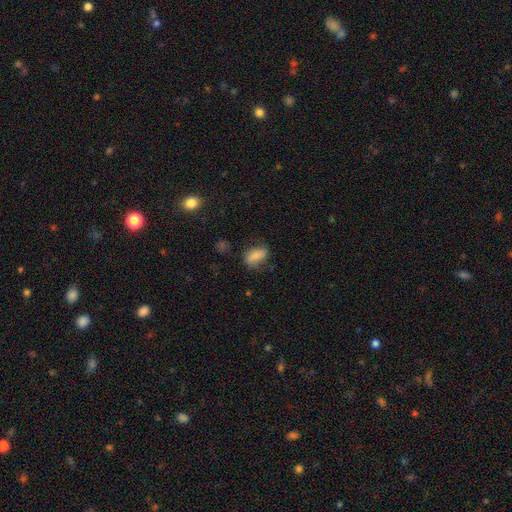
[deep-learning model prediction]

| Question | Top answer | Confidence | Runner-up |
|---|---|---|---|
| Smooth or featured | smooth | 76% | featured or disk (15%) |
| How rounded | in between | 86% | round (8%) |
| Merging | none | 66% | minor disturbance (23%) |